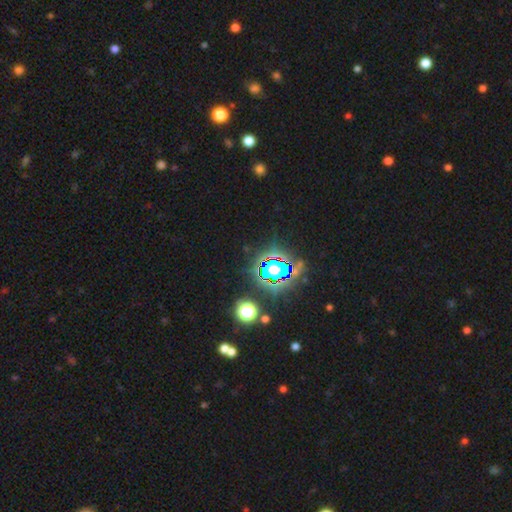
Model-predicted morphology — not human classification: Smooth or featured: star or artifact — 82% (smooth — 11%)